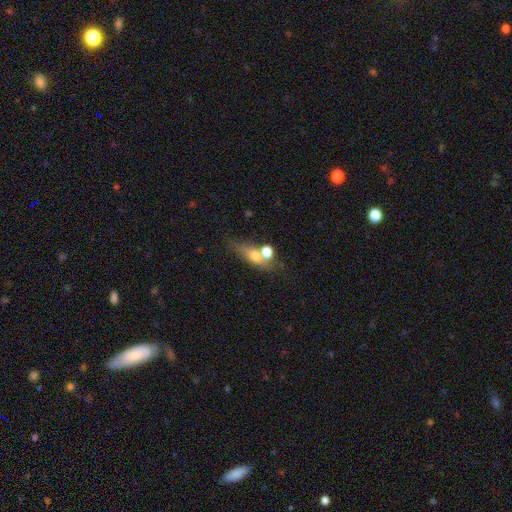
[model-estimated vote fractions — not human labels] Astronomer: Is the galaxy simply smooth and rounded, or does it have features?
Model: smooth — 64%.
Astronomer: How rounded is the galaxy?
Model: in between — 57%.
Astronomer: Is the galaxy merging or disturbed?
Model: none — 39% (runner-up: merger, 37%).